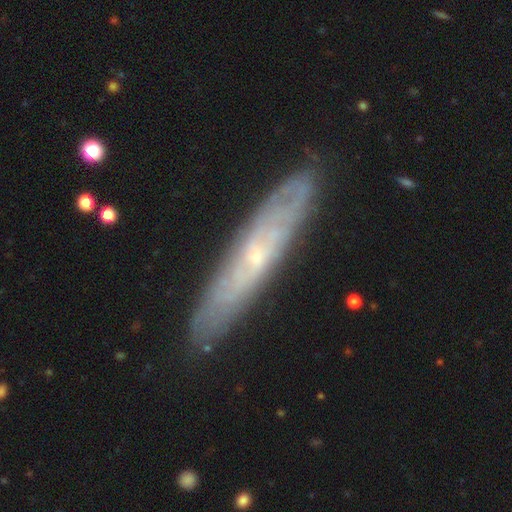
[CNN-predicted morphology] Smooth or featured: featured or disk — 71% (smooth — 22%)
Edge-on disk: yes — 50% (tied with no — 50%)
Merging: none — 85% (minor disturbance — 11%)